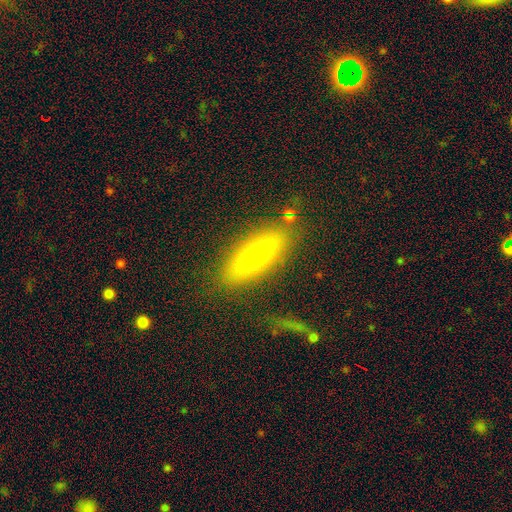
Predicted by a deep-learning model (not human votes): A smooth galaxy with no disk features (61%) that is cigar-shaped (49%).

Vote fractions:
- Smooth or featured? smooth: 61% / featured or disk: 31% / star or artifact: 8%
- How rounded? cigar-shaped: 49% / in between: 48% / round: 3%
- Merging? none: 83% / minor disturbance: 11% / major disturbance: 4% / merger: 2%